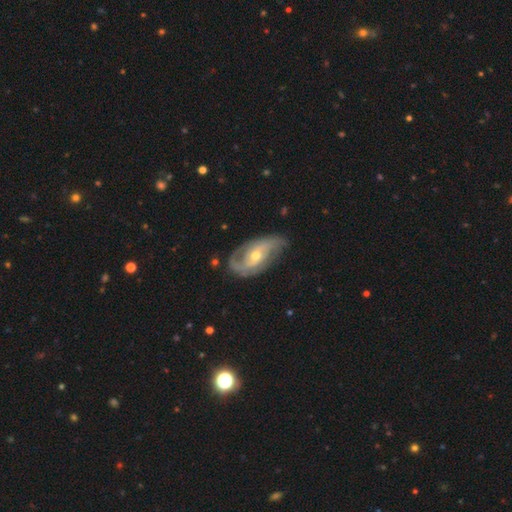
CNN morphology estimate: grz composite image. It shows a featured or disk galaxy (83%) with no bar (46%), 2 (70%) medium (42%) spiral arms (93%) and a moderate central bulge (53%). Merging: none (66%).